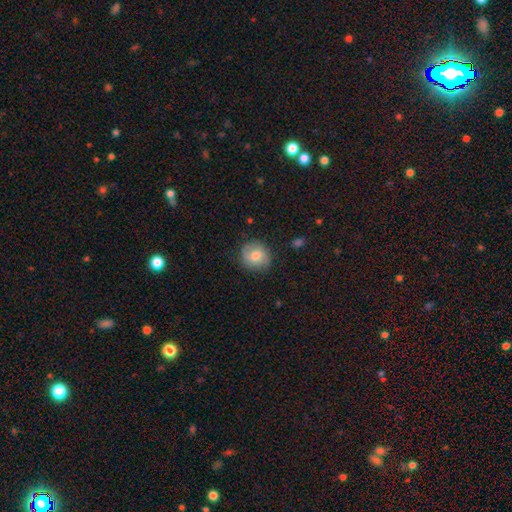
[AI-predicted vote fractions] Overall: smooth (65%; featured or disk 27%). How rounded: round (87%). Merging: none (81%).